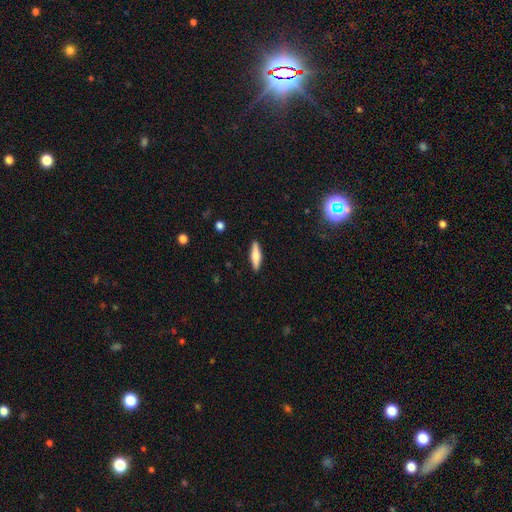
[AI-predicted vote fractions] This appears to be a smooth galaxy with no disk features (65%) that is cigar-shaped (75%). Merging: none (90%).